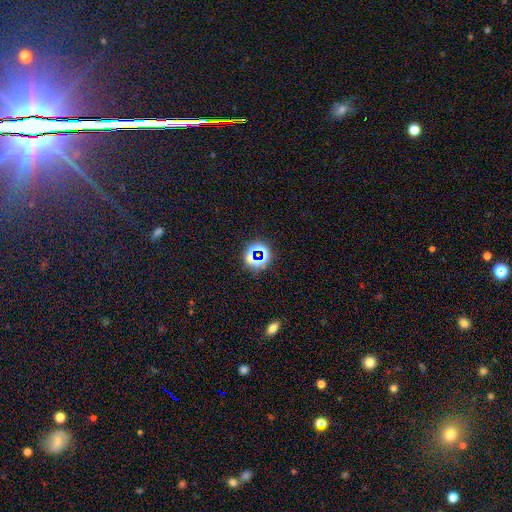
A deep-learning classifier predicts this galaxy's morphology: smooth_or_featured: star or artifact (p=0.68) [alt: smooth p=0.22]